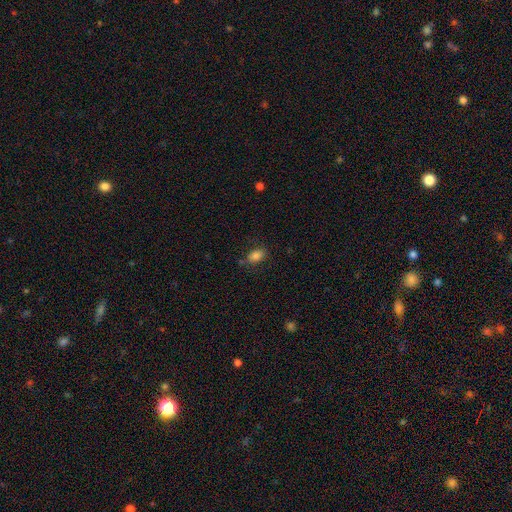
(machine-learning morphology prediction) Smooth or featured? Predicted: smooth (p=0.82). How rounded? Predicted: in between (p=0.87). Merging? Predicted: none (p=0.76).